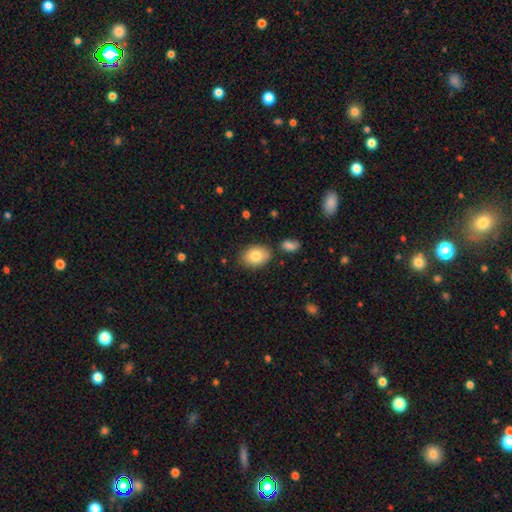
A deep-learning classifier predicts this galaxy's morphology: smooth-or-featured: smooth: 82% | featured or disk: 11% | star or artifact: 7%
  how-rounded: in between: 74% | round: 24% | cigar-shaped: 1%
  merging: none: 79% | minor disturbance: 13% | merger: 5% | major disturbance: 3%